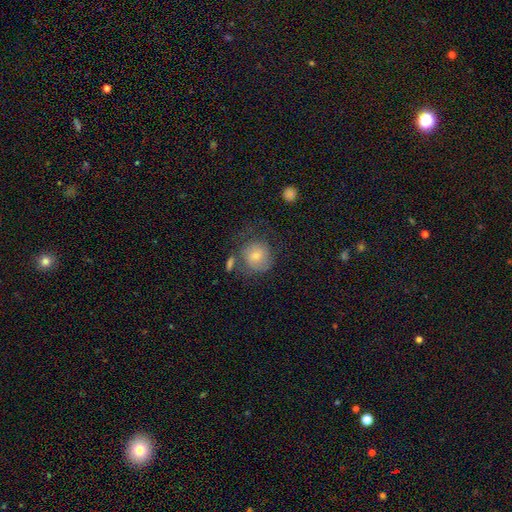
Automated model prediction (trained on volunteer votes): This is possibly a smooth galaxy (55%). How rounded: clearly round (86%). Merging: possibly none (55%).